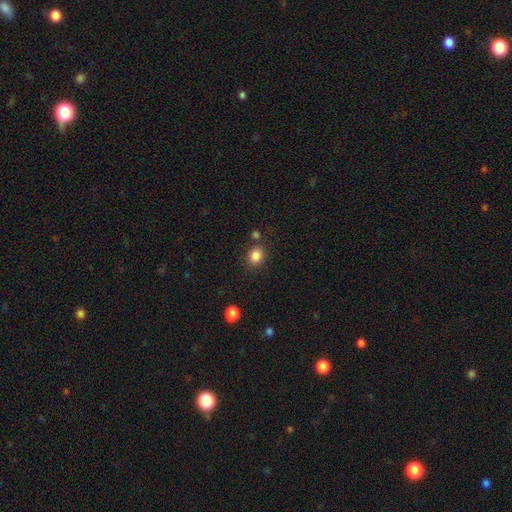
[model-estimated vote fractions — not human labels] The model was most divided on "how rounded": round: 64%, in between: 35%, cigar-shaped: 1%. More confident: smooth or featured — smooth (85%); merging — none (78%).